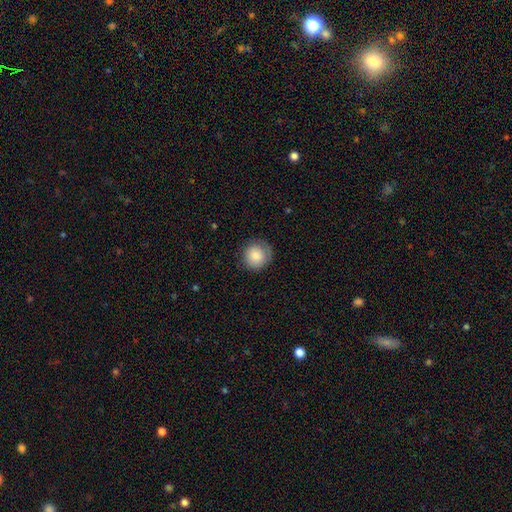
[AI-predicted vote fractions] Smooth or featured? Predicted: smooth (p=0.83). How rounded? Predicted: round (p=0.92). Merging? Predicted: none (p=0.81).